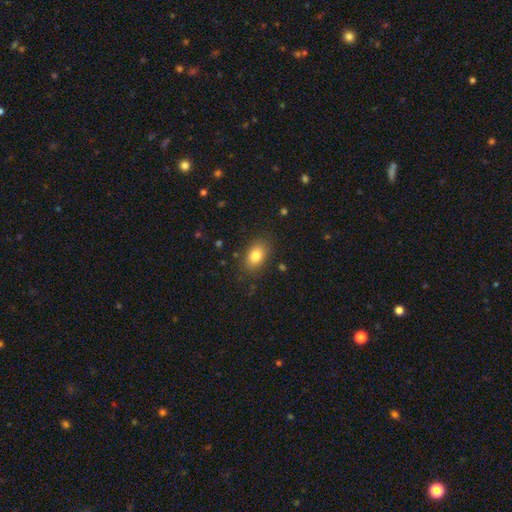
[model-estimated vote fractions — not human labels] This appears to be a smooth galaxy with no disk features (82%) that is in between round and cigar-shaped (84%). Merging: none (84%).